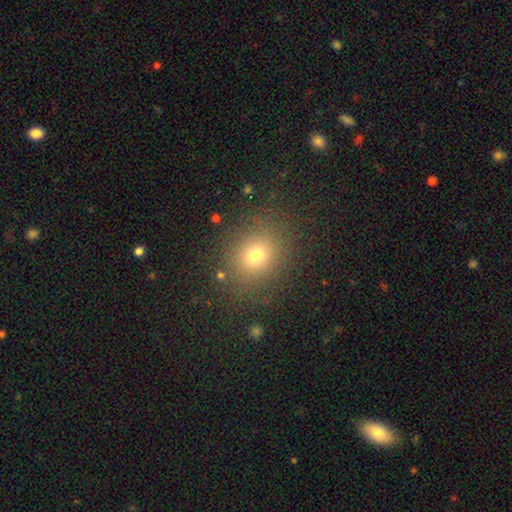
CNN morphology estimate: The model was most divided on "how rounded": round: 71%, in between: 29%, cigar-shaped: 1%. More confident: merging — none (84%); smooth or featured — smooth (72%).